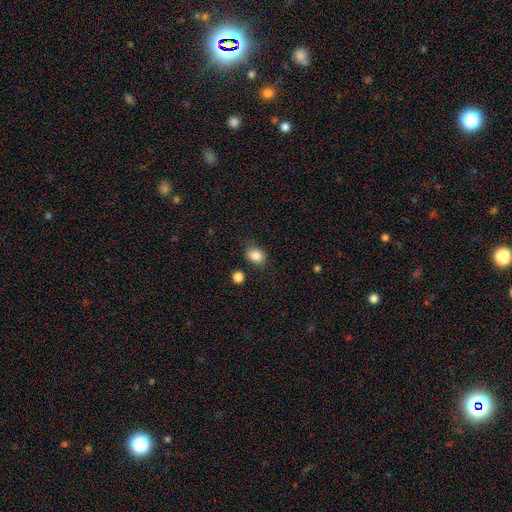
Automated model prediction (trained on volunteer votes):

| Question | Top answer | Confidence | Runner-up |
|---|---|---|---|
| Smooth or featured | smooth | 85% | star or artifact (10%) |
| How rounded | in between | 60% | round (39%) |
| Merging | none | 79% | minor disturbance (14%) |